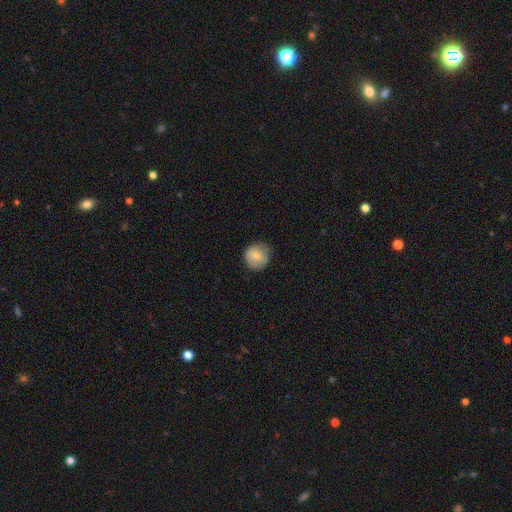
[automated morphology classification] smooth-or-featured: smooth: 83% | featured or disk: 10% | star or artifact: 8%
  how-rounded: round: 89% | in between: 10% | cigar-shaped: 1%
  merging: none: 78% | minor disturbance: 17% | major disturbance: 4% | merger: 1%